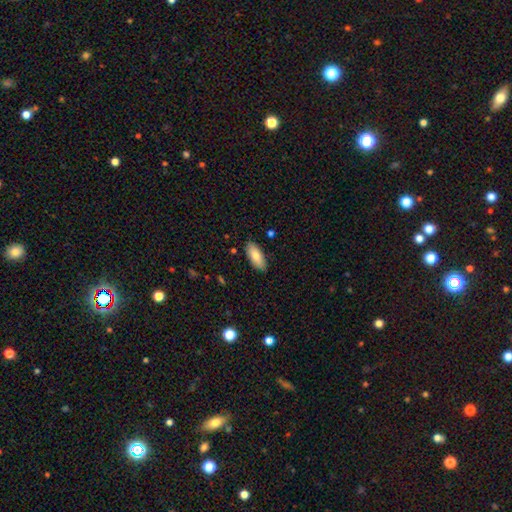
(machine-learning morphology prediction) This appears to be a smooth galaxy with no disk features (84%) that is in between round and cigar-shaped (85%). Merging: none (86%).